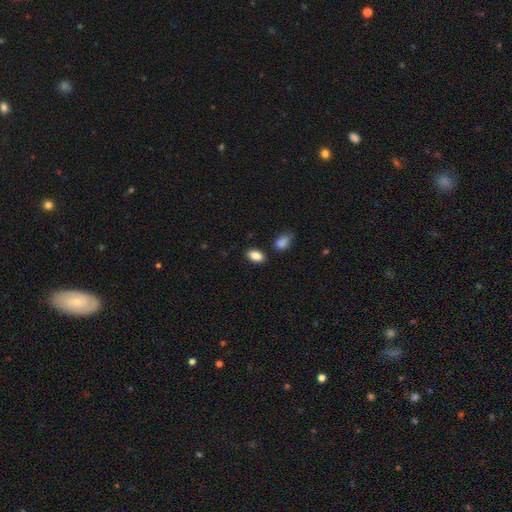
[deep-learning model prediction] Smooth or featured? smooth (87%)
How rounded? in between (89%)
Merging? none (82%)